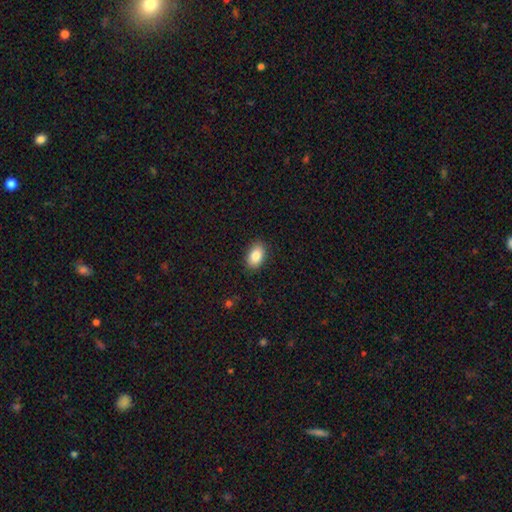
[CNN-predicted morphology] A smooth galaxy with no disk features (86%) that is in between round and cigar-shaped (90%).

Vote fractions:
- Smooth or featured? smooth: 86% / star or artifact: 7% / featured or disk: 7%
- How rounded? in between: 90% / round: 9% / cigar-shaped: 1%
- Merging? none: 88% / minor disturbance: 9% / major disturbance: 2% / merger: 1%